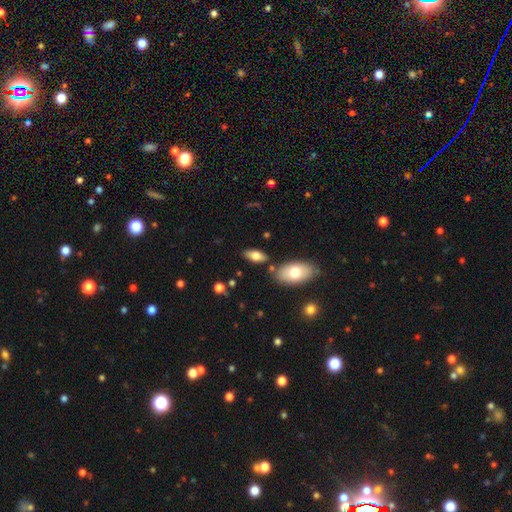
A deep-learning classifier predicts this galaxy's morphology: smooth 73%, featured or disk 20%, star or artifact 7%. Down the decision tree: how rounded — in between (85%); merging — none (76%).